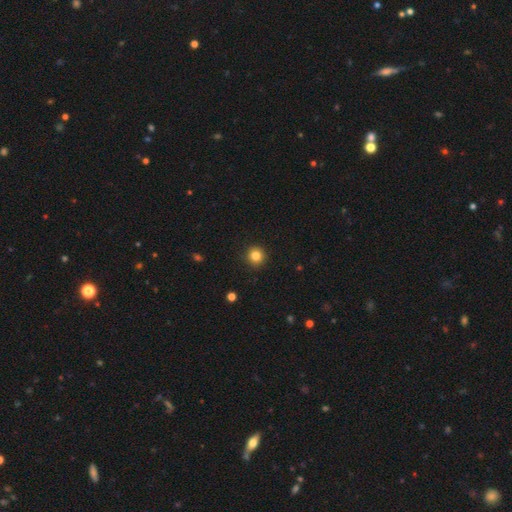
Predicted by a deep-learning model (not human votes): This is clearly a smooth galaxy (83%). How rounded: clearly round (94%). Merging: clearly none (92%).